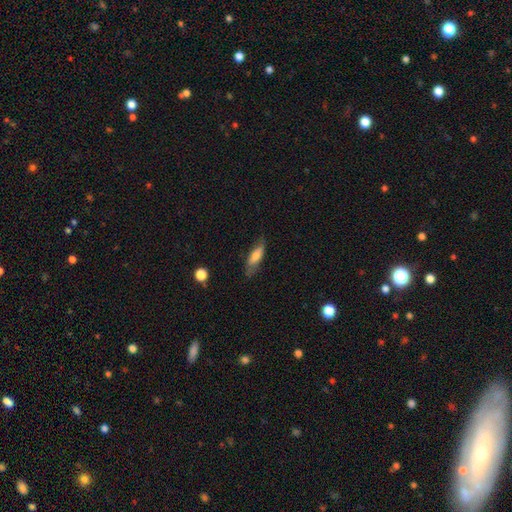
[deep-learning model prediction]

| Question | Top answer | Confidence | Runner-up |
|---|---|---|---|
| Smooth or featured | smooth | 68% | featured or disk (26%) |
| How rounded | in between | 54% | cigar-shaped (44%) |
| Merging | none | 69% | minor disturbance (23%) |